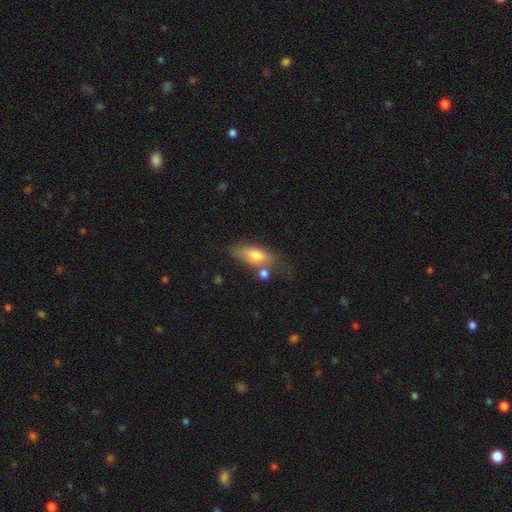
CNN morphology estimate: smooth 69%, featured or disk 23%, star or artifact 8%. Down the decision tree: how rounded — in between (76%); merging — none (50%).